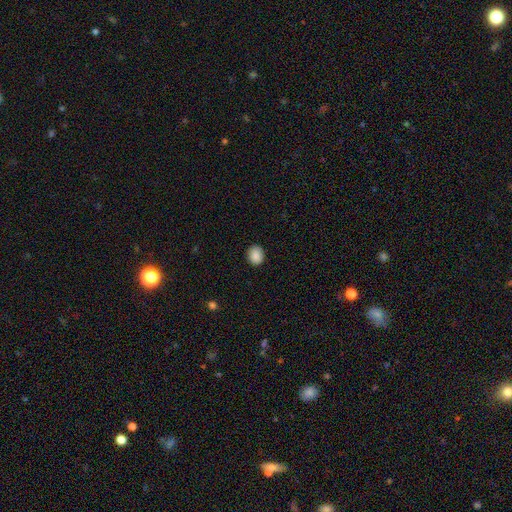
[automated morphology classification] smooth 89%, star or artifact 8%, featured or disk 3%. Down the decision tree: how rounded — round (60%); merging — none (88%).